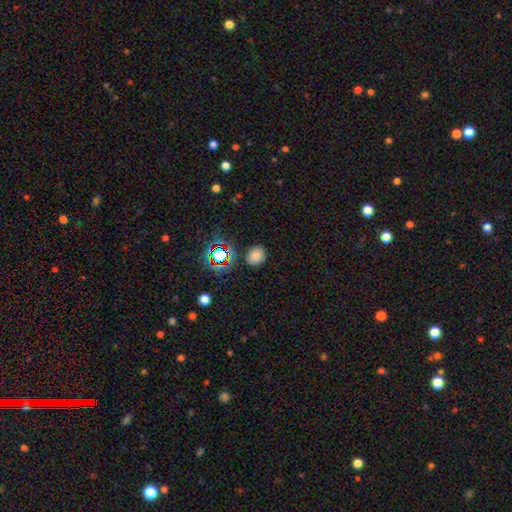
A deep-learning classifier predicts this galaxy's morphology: The model was most divided on "how rounded": round: 63%, in between: 36%, cigar-shaped: 1%. More confident: merging — none (83%); smooth or featured — smooth (74%).